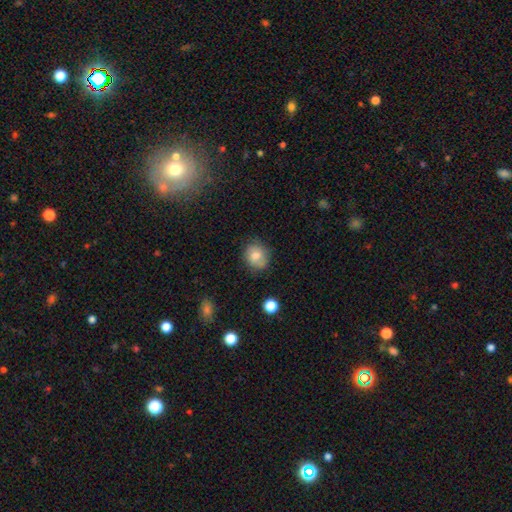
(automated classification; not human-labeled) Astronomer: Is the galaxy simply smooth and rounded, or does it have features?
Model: smooth — 77%.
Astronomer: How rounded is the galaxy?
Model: round — 71%.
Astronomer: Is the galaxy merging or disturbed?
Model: none — 73%.